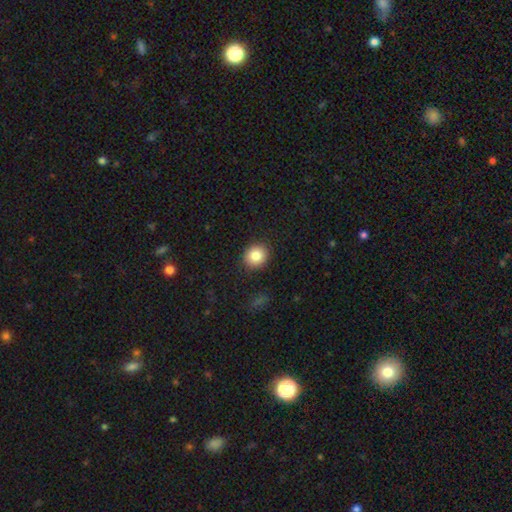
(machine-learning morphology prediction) A smooth galaxy with no disk features (84%) that is round (82%). Merging: none (90%).